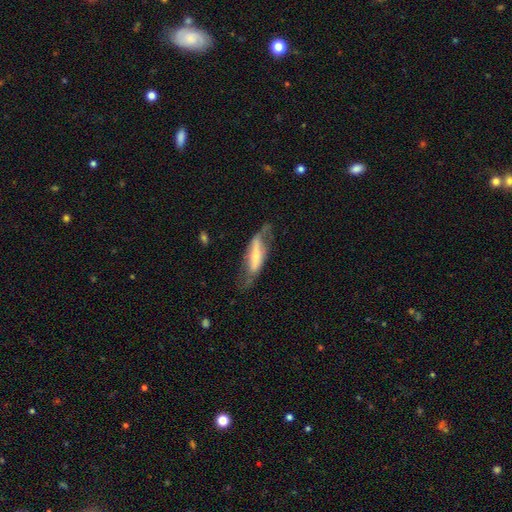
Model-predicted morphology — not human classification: Smooth or featured? featured or disk (56%)
Edge-on disk? no (69%)
Merging? none (45%)